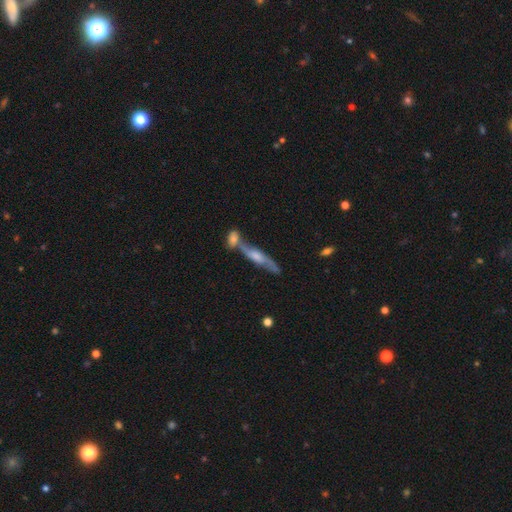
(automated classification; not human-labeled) smooth-or-featured: featured or disk: 72% | smooth: 20% | star or artifact: 8%
  disk-edge-on: yes: 72% | no: 28%
    edge-on-bulge: rounded: 74% | boxy: 14% | none: 12%
  merging: none: 42% | merger: 41% | minor disturbance: 11% | major disturbance: 5%